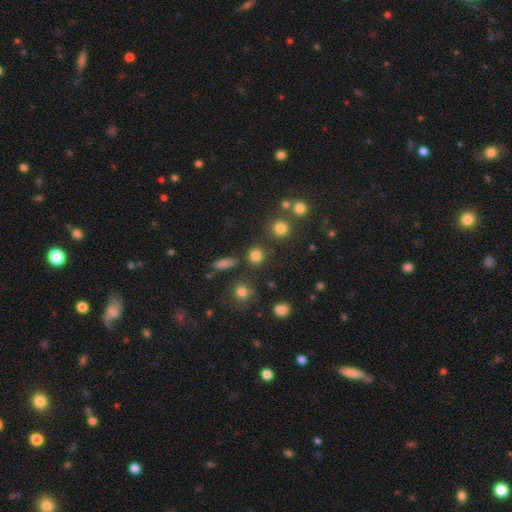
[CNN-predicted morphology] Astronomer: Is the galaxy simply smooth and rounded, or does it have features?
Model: smooth — 81%.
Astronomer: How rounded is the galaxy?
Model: round — 89%.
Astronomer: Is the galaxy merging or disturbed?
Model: none — 81%.